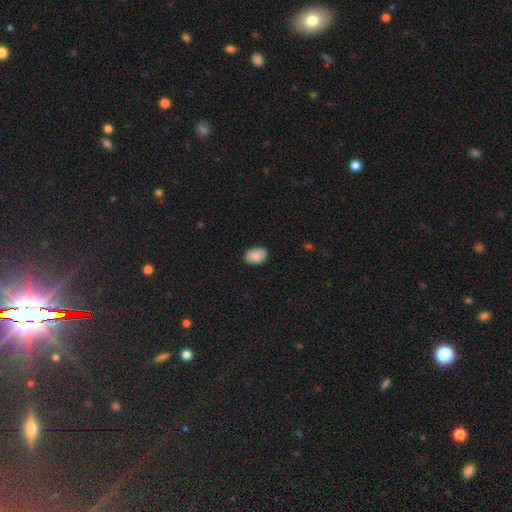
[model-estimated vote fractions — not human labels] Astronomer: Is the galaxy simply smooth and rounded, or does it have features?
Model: smooth — 87%.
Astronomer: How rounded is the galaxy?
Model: in between — 81%.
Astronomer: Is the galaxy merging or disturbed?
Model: none — 85%.